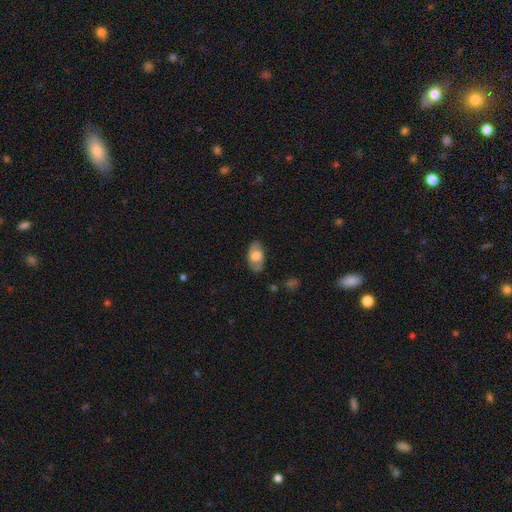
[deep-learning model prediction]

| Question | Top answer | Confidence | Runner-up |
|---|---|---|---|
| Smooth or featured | smooth | 59% | featured or disk (34%) |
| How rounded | in between | 92% | round (6%) |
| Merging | none | 79% | minor disturbance (16%) |